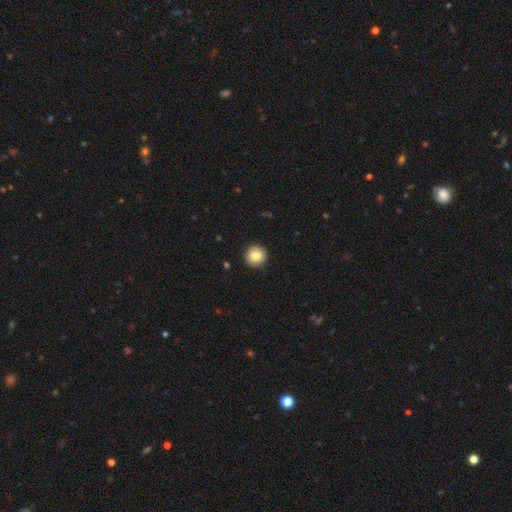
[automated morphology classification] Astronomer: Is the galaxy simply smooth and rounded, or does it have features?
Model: smooth — 85%.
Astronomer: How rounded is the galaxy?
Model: round — 95%.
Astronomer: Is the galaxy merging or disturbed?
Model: none — 92%.